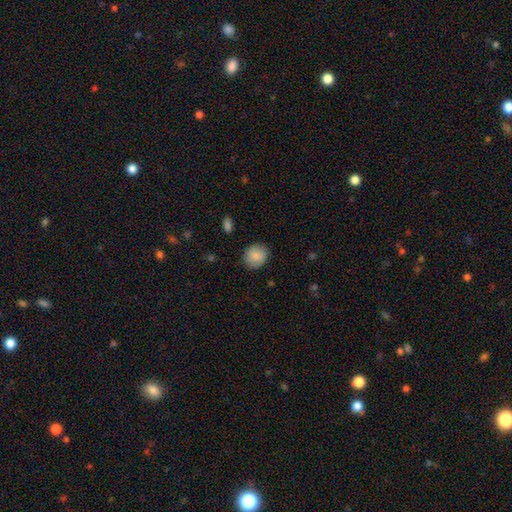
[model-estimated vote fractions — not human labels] Smooth or featured? Predicted: smooth (p=0.87). How rounded? Predicted: round (p=0.69). Merging? Predicted: none (p=0.85).